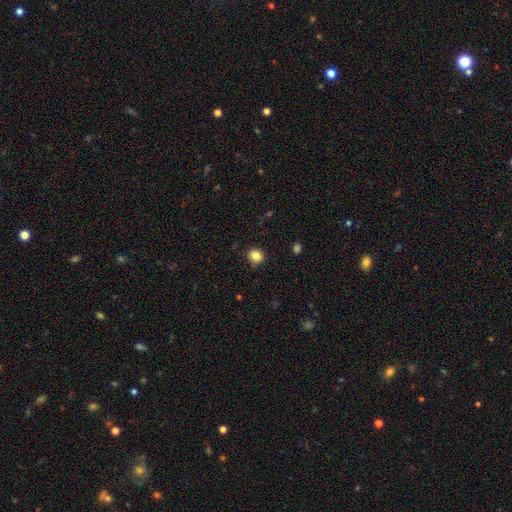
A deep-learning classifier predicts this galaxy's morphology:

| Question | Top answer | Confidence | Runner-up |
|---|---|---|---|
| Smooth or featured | smooth | 85% | star or artifact (10%) |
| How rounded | round | 66% | in between (33%) |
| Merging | none | 85% | minor disturbance (11%) |